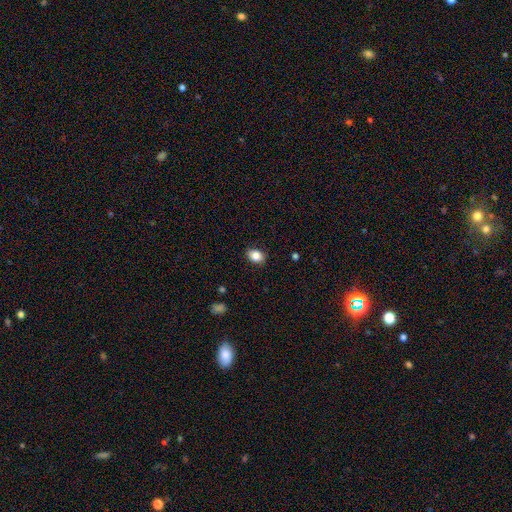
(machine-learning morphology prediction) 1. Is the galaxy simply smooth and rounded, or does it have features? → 85% smooth, 9% star or artifact, 6% featured or disk.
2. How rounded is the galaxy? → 69% in between, 30% round, 1% cigar-shaped.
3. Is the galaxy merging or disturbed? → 87% none, 10% minor disturbance, 2% major disturbance, 1% merger.